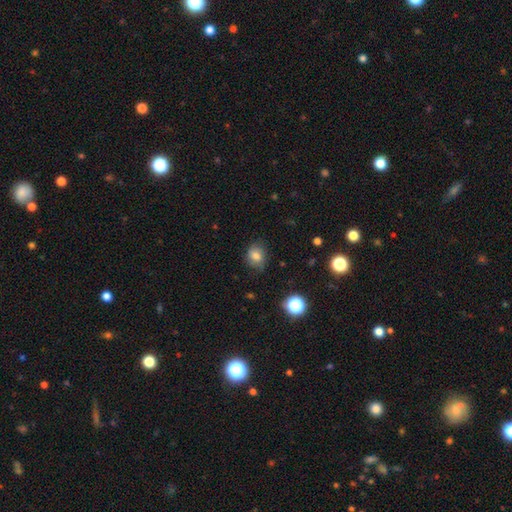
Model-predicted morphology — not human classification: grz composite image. It shows a smooth galaxy with no disk features (75%) that is round (54%). Merging: none (74%).